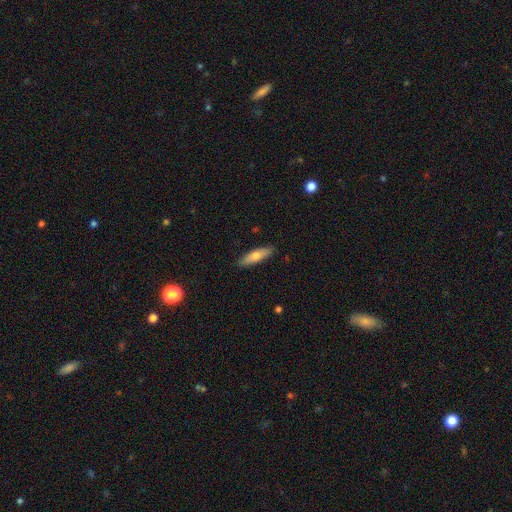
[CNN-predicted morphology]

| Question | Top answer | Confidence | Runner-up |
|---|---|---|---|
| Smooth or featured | smooth | 69% | featured or disk (25%) |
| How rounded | cigar-shaped | 67% | in between (31%) |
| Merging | none | 89% | minor disturbance (9%) |